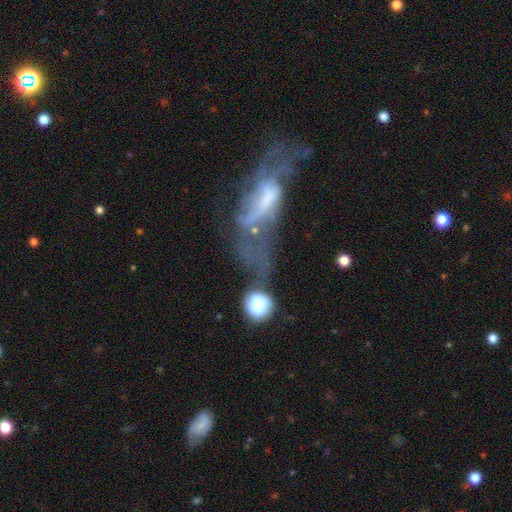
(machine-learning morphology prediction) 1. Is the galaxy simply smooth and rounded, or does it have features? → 66% featured or disk, 20% smooth, 13% star or artifact.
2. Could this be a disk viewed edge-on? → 75% no, 25% yes.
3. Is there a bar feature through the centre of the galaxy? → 44% no, 38% weak, 17% strong.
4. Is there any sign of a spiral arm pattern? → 58% yes, 42% no.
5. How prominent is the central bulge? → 41% moderate, 30% small, 18% none, 10% large, 2% dominant.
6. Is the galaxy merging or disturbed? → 36% none, 30% major disturbance, 19% minor disturbance, 14% merger.